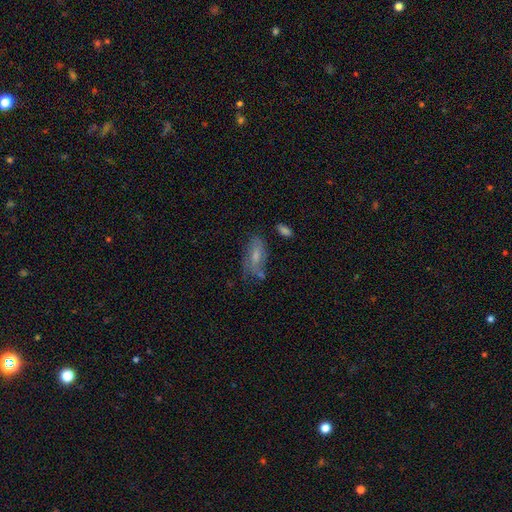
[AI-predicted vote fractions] A smooth galaxy with no disk features (52%) that is in between round and cigar-shaped (82%).

Vote fractions:
- Smooth or featured? smooth: 52% / featured or disk: 38% / star or artifact: 9%
- How rounded? in between: 82% / cigar-shaped: 14% / round: 4%
- Merging? none: 57% / minor disturbance: 25% / major disturbance: 11% / merger: 7%